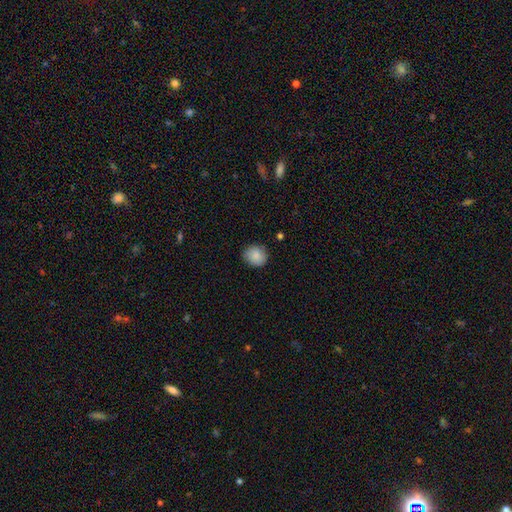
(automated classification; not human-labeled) Morphology: type=smooth (87%); roundness=round (81%); merging=none (84%).